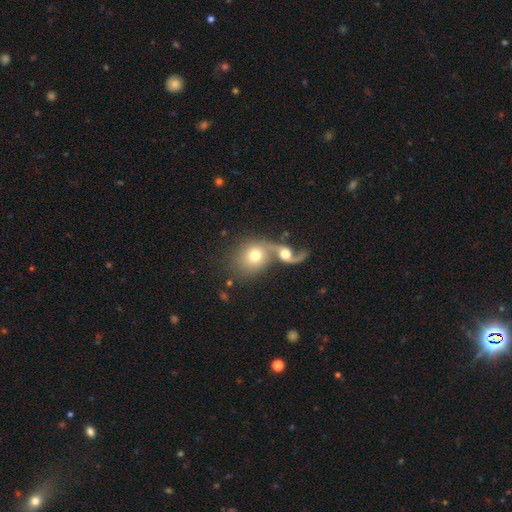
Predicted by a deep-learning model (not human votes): Smooth or featured?
  - smooth: 56% *
  - featured or disk: 34%
  - star or artifact: 9%
How rounded?
  - round: 68% *
  - in between: 30%
  - cigar-shaped: 2%
Merging?
  - merger: 60% *
  - none: 26%
  - major disturbance: 7%
  - minor disturbance: 7%